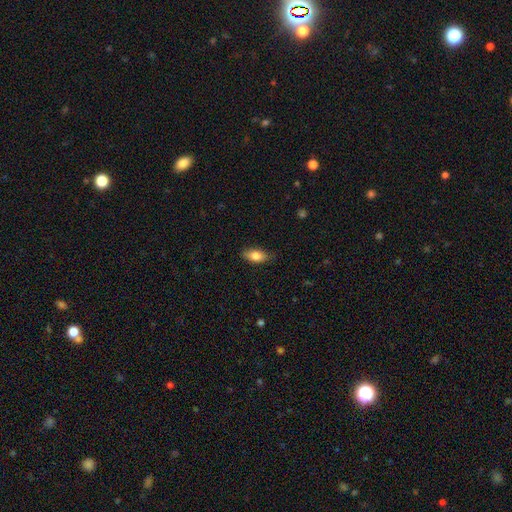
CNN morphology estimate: Smooth or featured: smooth — 79% (featured or disk — 14%)
How rounded: in between — 85% (cigar-shaped — 11%)
Merging: none — 81% (minor disturbance — 16%)